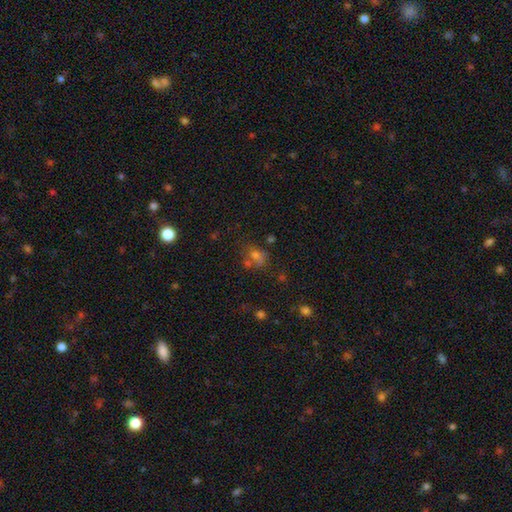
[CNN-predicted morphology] Q: Smooth or featured?
A: smooth (56%); runner-up: star or artifact (28%)
Q: How rounded?
A: round (62%); runner-up: in between (36%)
Q: Merging?
A: none (48%); runner-up: merger (29%)